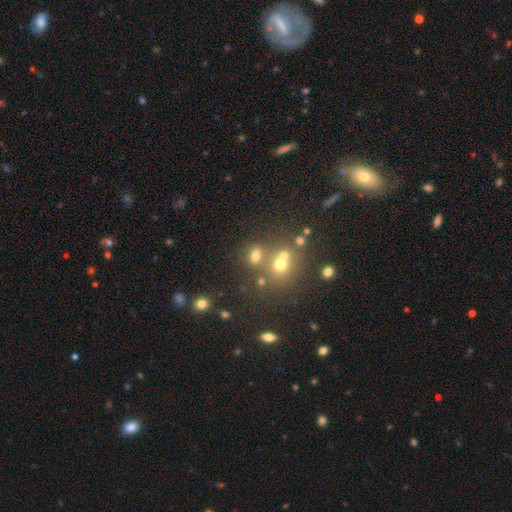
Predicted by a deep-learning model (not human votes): The model was most divided on "how rounded": in between: 54%, round: 44%, cigar-shaped: 3%. More confident: smooth or featured — smooth (63%); merging — none (56%).